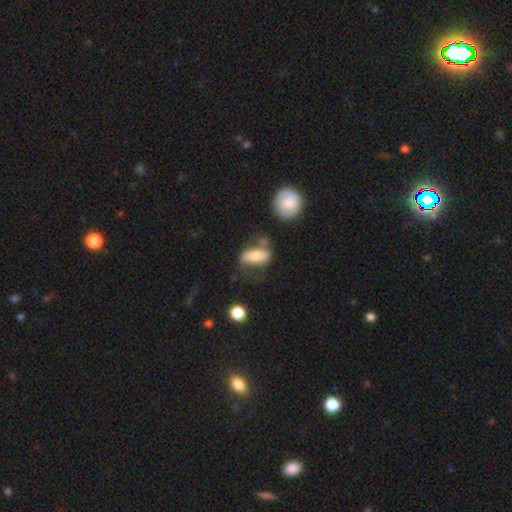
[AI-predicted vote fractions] smooth 50%, featured or disk 43%, star or artifact 7%. Down the decision tree: merging — none (42%).